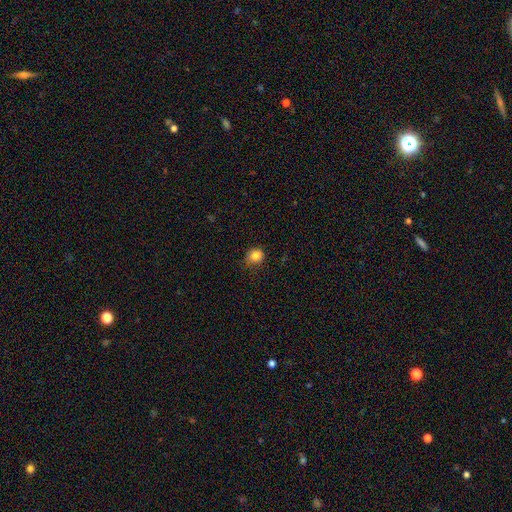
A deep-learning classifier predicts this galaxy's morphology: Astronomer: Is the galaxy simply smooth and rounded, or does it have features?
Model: smooth — 83%.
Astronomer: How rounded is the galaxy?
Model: round — 82%.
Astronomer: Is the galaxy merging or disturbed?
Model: none — 77%.